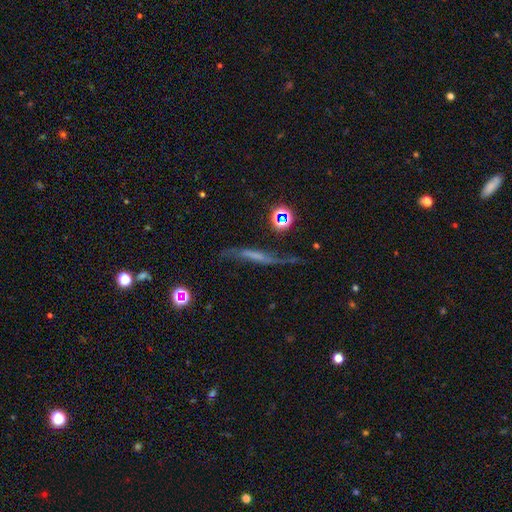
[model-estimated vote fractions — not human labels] Smooth or featured?
  - featured or disk: 60% *
  - smooth: 24%
  - star or artifact: 16%
Edge-on disk?
  - no: 55% *
  - yes: 45%
Merging?
  - none: 52% *
  - minor disturbance: 23%
  - major disturbance: 19%
  - merger: 5%